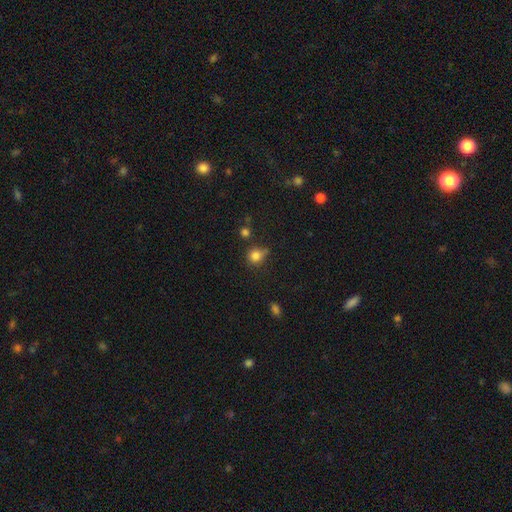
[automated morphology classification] Smooth or featured? smooth (82%)
How rounded? round (84%)
Merging? none (64%)